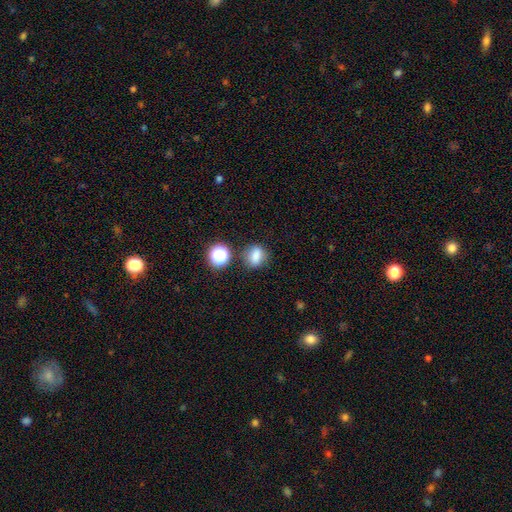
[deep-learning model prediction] This is likely a smooth galaxy (77%). How rounded: possibly in between (49%). Merging: likely none (74%).